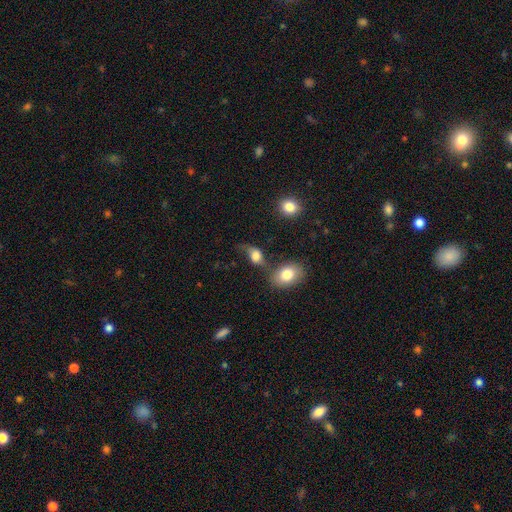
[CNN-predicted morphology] This is likely a smooth galaxy (61%). How rounded: likely in between (74%). Merging: marginally none (40%).